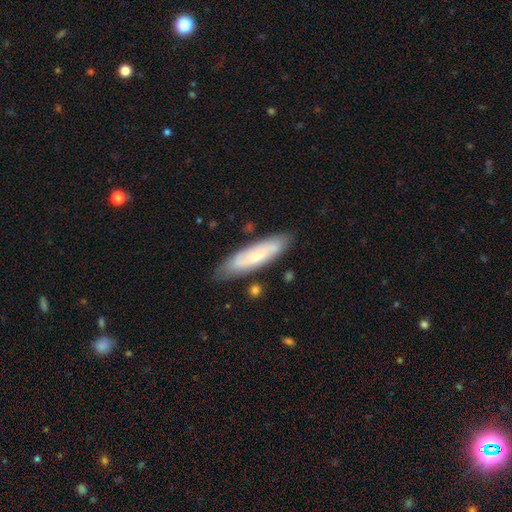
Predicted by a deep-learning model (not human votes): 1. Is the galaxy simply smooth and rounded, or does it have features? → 54% smooth, 40% featured or disk, 6% star or artifact.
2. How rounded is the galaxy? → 67% cigar-shaped, 32% in between, 2% round.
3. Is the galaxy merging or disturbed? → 79% none, 15% minor disturbance, 3% major disturbance, 3% merger.